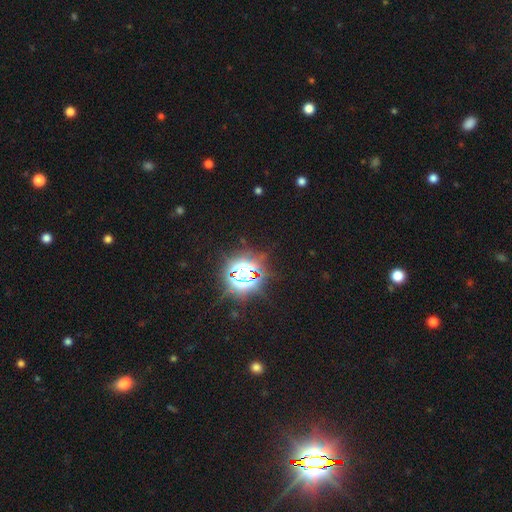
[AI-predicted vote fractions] The model was most divided on "smooth or featured": star or artifact: 81%, smooth: 12%, featured or disk: 6%.